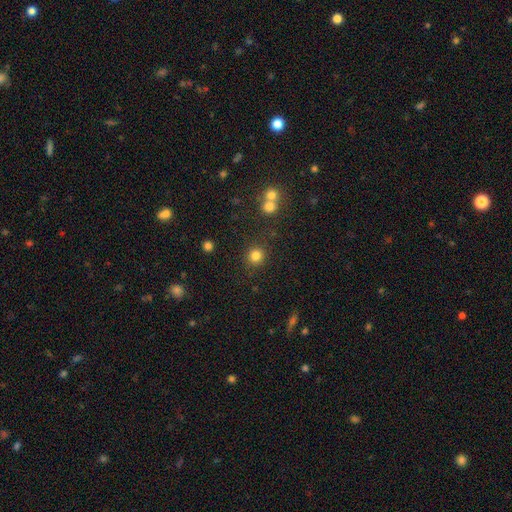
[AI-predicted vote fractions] Smooth or featured: smooth — 82% (star or artifact — 13%)
How rounded: round — 92% (in between — 7%)
Merging: none — 87% (minor disturbance — 6%)